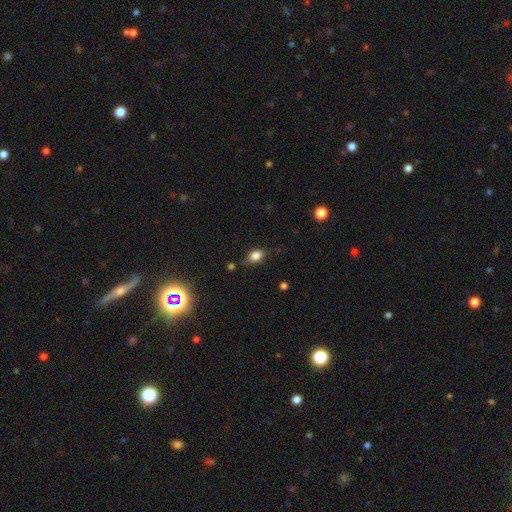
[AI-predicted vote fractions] The model was most divided on "merging": none: 68%, minor disturbance: 23%, major disturbance: 6%, merger: 3%. More confident: smooth or featured — smooth (81%); how rounded — in between (78%).